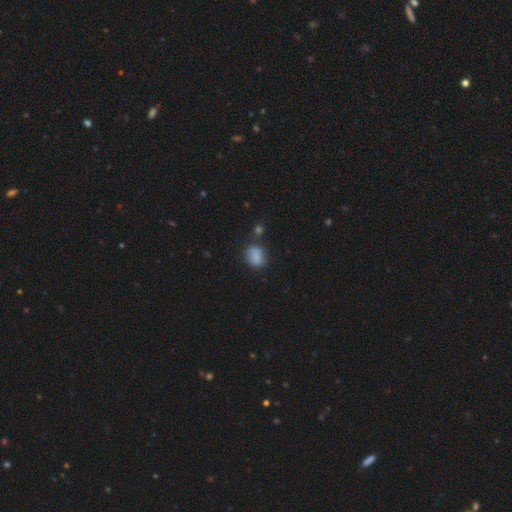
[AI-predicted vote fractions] A smooth galaxy with no disk features (82%) that is in between round and cigar-shaped (58%).

Vote fractions:
- Smooth or featured? smooth: 82% / star or artifact: 10% / featured or disk: 7%
- How rounded? in between: 58% / round: 40% / cigar-shaped: 2%
- Merging? none: 64% / minor disturbance: 22% / merger: 8% / major disturbance: 6%